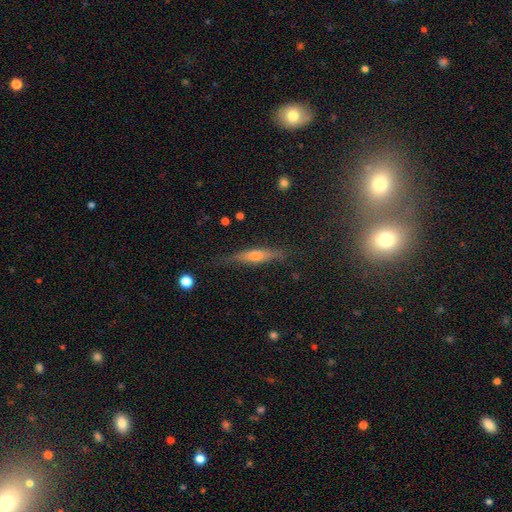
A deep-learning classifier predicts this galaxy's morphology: featured or disk 53%, smooth 38%, star or artifact 9%. Down the decision tree: edge-on disk — yes (91%); merging — none (76%).